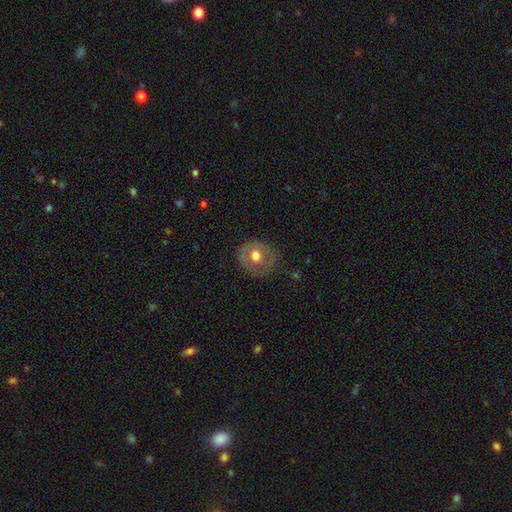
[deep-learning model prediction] Q: Smooth or featured?
A: smooth (54%); runner-up: featured or disk (39%)
Q: How rounded?
A: round (82%); runner-up: in between (17%)
Q: Merging?
A: none (77%); runner-up: minor disturbance (16%)